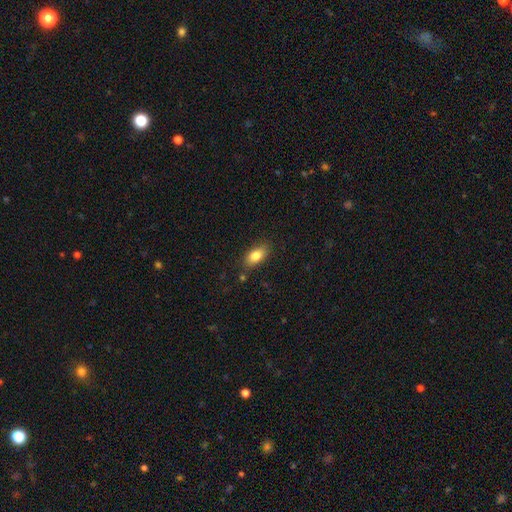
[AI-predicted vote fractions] This is clearly a smooth galaxy (82%). How rounded: clearly in between (88%). Merging: clearly none (82%).